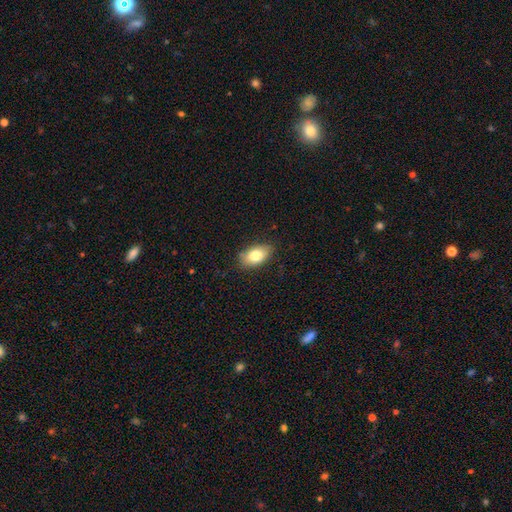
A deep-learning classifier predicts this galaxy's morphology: Q: Smooth or featured?
A: smooth (79%); runner-up: featured or disk (13%)
Q: How rounded?
A: in between (90%); runner-up: round (7%)
Q: Merging?
A: none (80%); runner-up: minor disturbance (16%)